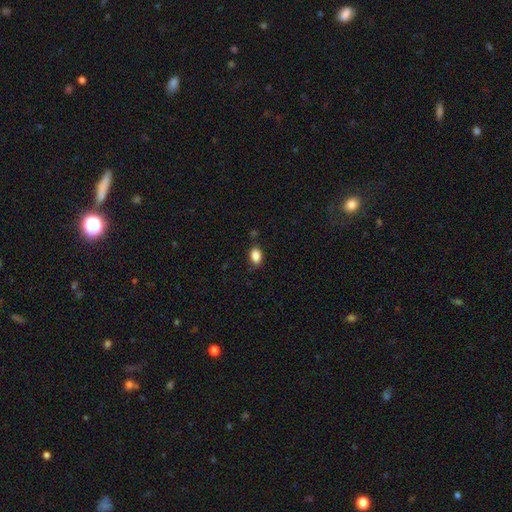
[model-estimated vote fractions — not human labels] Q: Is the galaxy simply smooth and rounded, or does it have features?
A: smooth — 87%.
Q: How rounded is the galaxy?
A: in between — 86%.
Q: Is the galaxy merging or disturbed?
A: none — 82%.